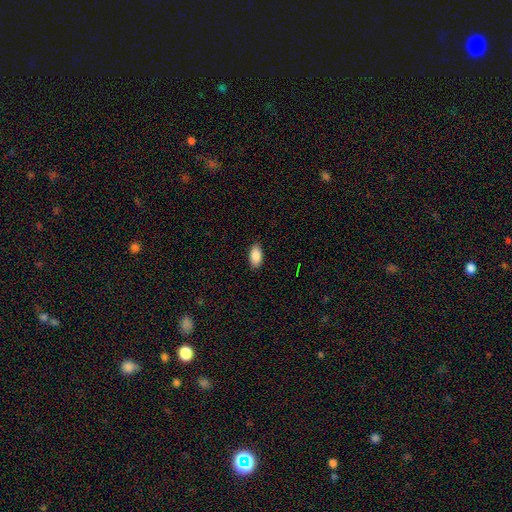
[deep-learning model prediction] A smooth galaxy with no disk features (89%) that is in between round and cigar-shaped (94%). Merging: none (89%).